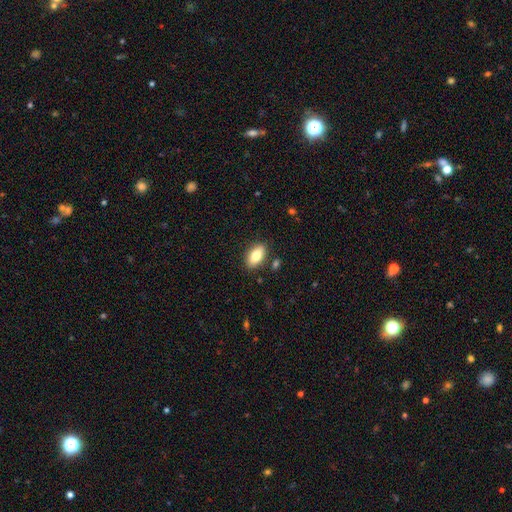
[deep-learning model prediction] Overall: smooth (79%). How rounded: in between (90%). Merging: none (85%).